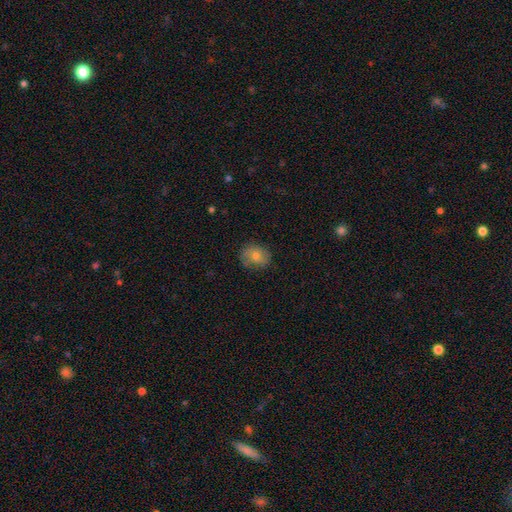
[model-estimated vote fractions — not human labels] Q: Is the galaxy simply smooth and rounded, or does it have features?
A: smooth — 66%.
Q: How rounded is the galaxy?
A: in between — 51%.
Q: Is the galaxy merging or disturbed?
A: none — 74%.